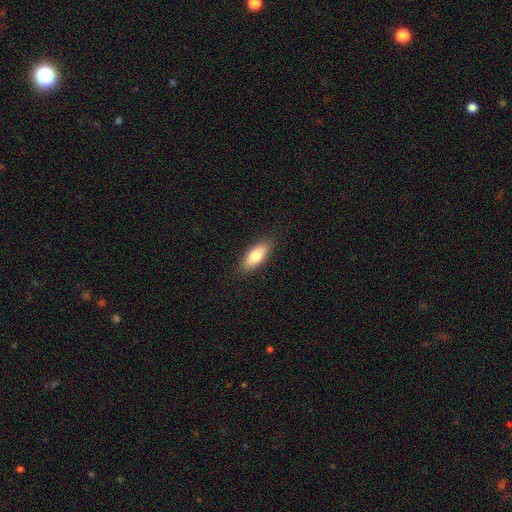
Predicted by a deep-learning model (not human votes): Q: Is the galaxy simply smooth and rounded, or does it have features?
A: smooth — 75%.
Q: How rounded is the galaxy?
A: in between — 76%.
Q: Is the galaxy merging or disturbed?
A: none — 88%.